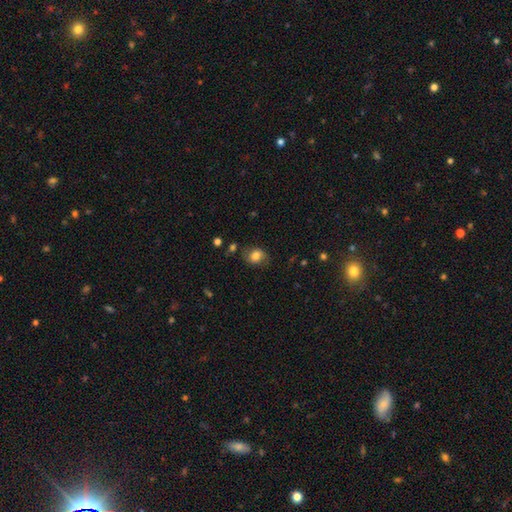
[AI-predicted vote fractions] The model was most divided on "how rounded": round: 51%, in between: 48%, cigar-shaped: 1%. More confident: smooth or featured — smooth (76%); merging — none (71%).